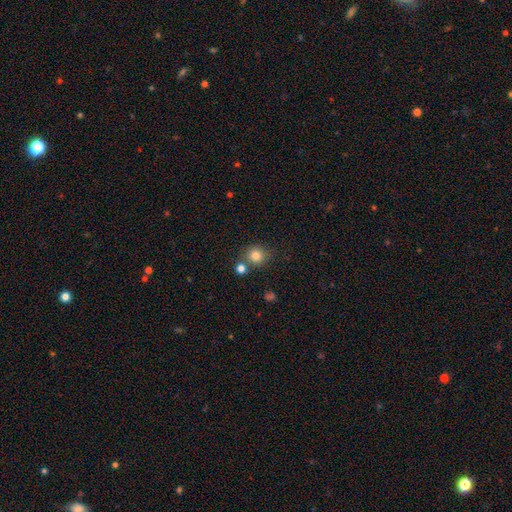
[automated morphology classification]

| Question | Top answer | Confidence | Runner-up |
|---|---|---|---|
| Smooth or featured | smooth | 82% | star or artifact (11%) |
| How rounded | round | 86% | in between (13%) |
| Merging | none | 69% | merger (17%) |